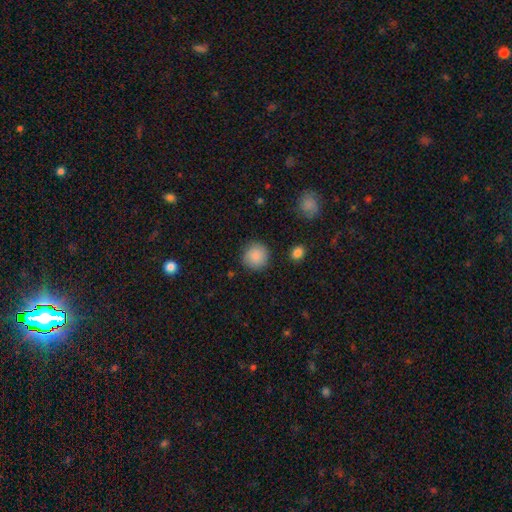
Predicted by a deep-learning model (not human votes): Smooth or featured? smooth (87%)
How rounded? round (93%)
Merging? none (88%)